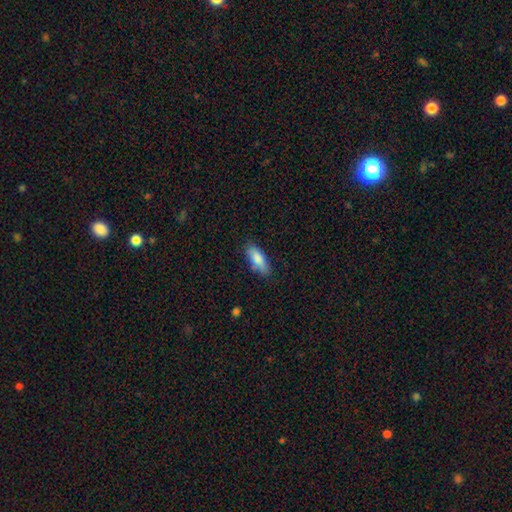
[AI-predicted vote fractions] Smooth or featured? smooth (80%)
How rounded? in between (62%)
Merging? none (80%)